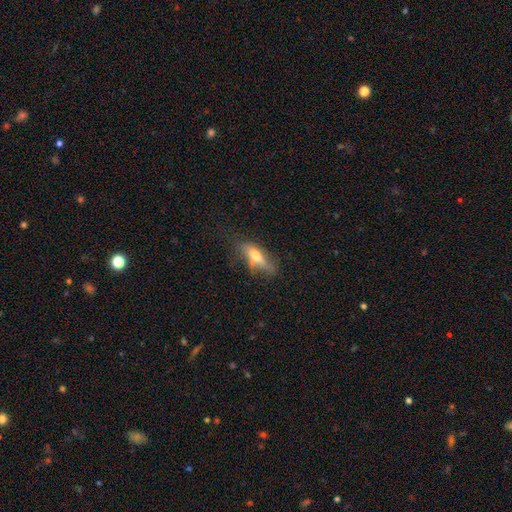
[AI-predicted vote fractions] smooth 58%, featured or disk 34%, star or artifact 8%. Down the decision tree: how rounded — in between (54%); merging — none (54%).